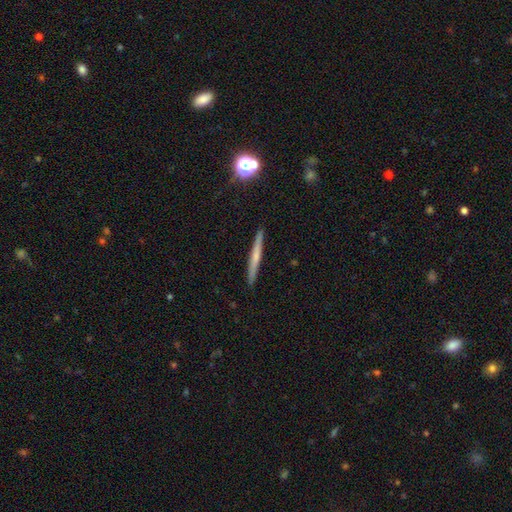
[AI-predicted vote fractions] Overall: smooth (47%; featured or disk 46%). Merging: none (91%).